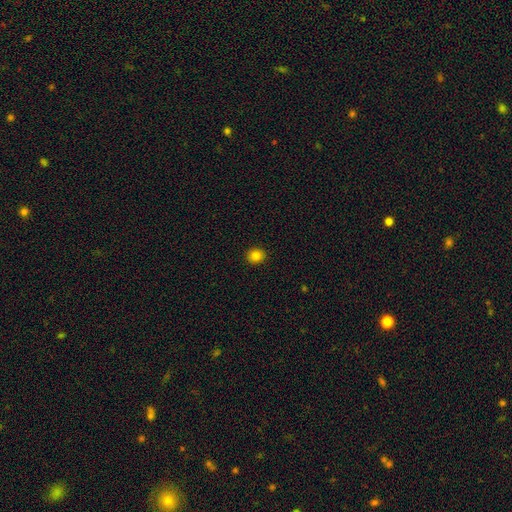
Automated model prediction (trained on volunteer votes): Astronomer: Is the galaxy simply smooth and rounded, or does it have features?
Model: smooth — 82%.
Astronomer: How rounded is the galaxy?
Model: round — 80%.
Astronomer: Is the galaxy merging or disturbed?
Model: none — 92%.